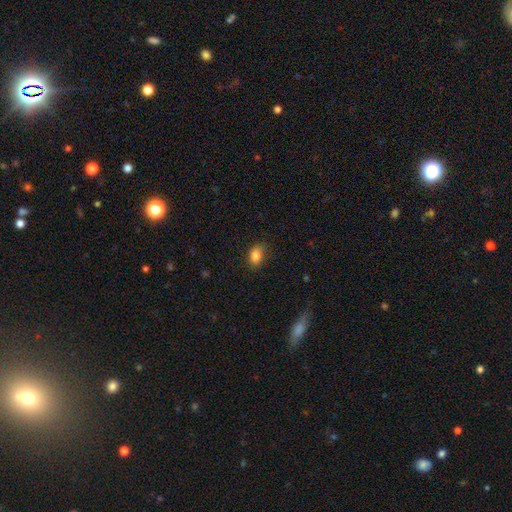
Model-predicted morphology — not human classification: A smooth galaxy with no disk features (84%) that is in between round and cigar-shaped (70%).

Vote fractions:
- Smooth or featured? smooth: 84% / star or artifact: 10% / featured or disk: 6%
- How rounded? in between: 70% / round: 29% / cigar-shaped: 1%
- Merging? none: 82% / minor disturbance: 14% / major disturbance: 3% / merger: 1%